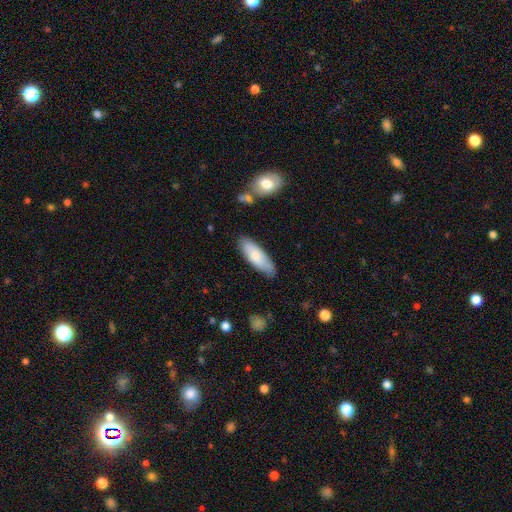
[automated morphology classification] The model was most divided on "how rounded": in between: 61%, cigar-shaped: 37%, round: 2%. More confident: merging — none (78%); smooth or featured — smooth (75%).